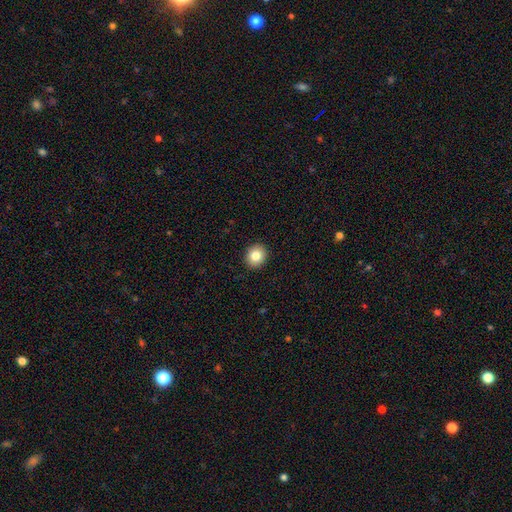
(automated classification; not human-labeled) This appears to be a smooth galaxy with no disk features (83%) that is round (73%). Merging: none (92%).